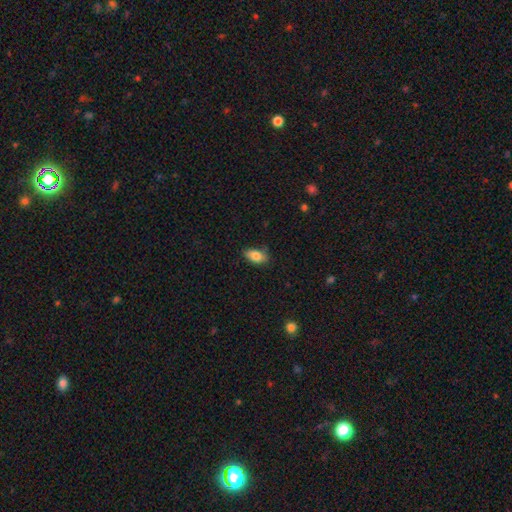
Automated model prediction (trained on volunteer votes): Smooth or featured? smooth (82%)
How rounded? in between (91%)
Merging? none (78%)